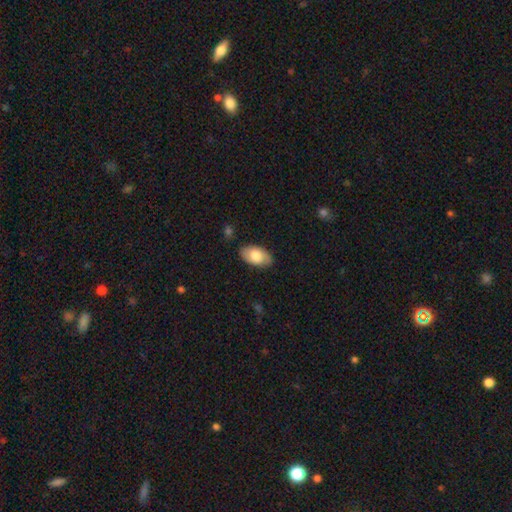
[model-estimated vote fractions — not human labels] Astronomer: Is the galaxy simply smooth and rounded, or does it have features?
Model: smooth — 76%.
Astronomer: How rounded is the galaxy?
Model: in between — 95%.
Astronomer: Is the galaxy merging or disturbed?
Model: none — 82%.